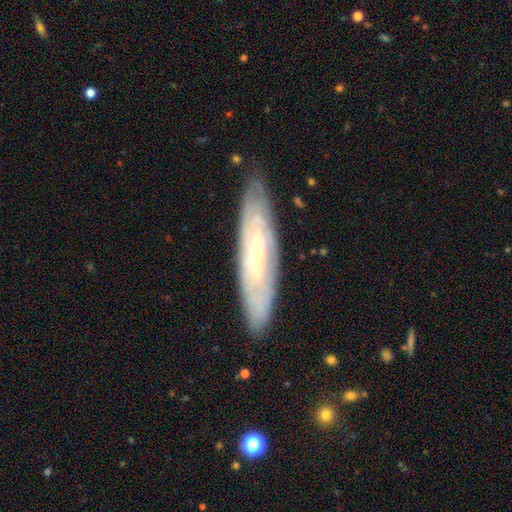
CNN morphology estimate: Smooth or featured? Predicted: featured or disk (p=0.69). Edge-on disk? Predicted: no (p=0.63). Merging? Predicted: none (p=0.83).